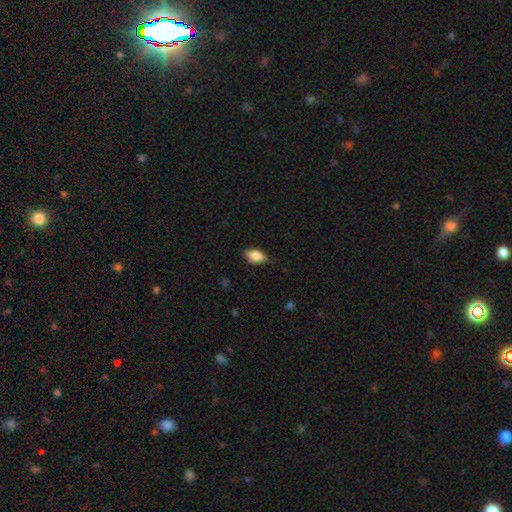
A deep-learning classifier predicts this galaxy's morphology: The model was most divided on "merging": none: 72%, minor disturbance: 23%, major disturbance: 4%, merger: 1%. More confident: how rounded — in between (90%); smooth or featured — smooth (84%).